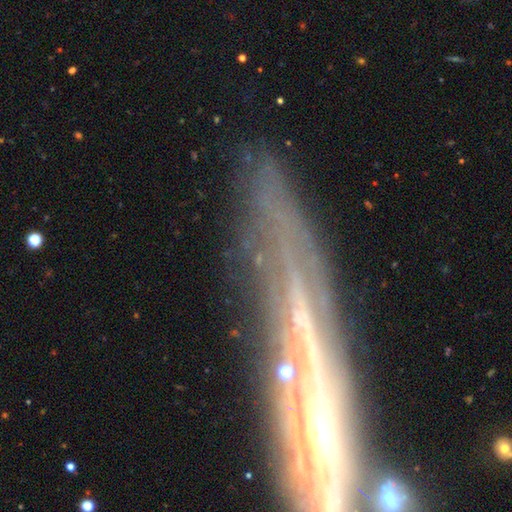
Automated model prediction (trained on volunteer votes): A featured or disk galaxy (62%) viewed edge-on (77%). Merging: none (78%).